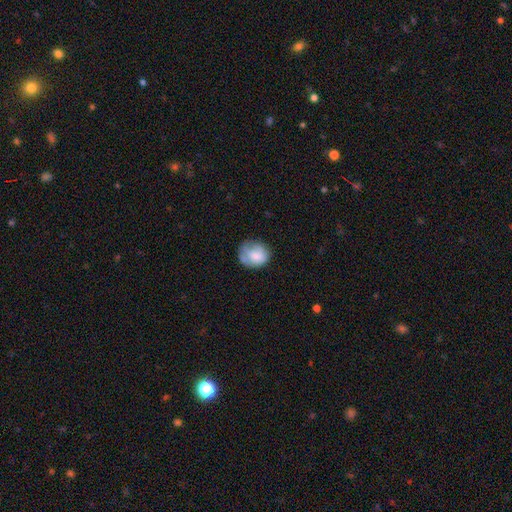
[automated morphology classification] This appears to be a smooth galaxy with no disk features (73%) that is round (71%). Merging: none (61%).